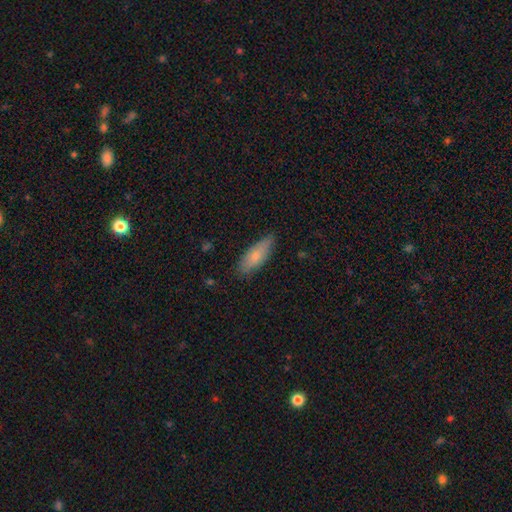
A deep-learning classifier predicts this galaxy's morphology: Smooth or featured?
  - smooth: 76% *
  - featured or disk: 18%
  - star or artifact: 6%
How rounded?
  - in between: 62% *
  - cigar-shaped: 36%
  - round: 2%
Merging?
  - none: 80% *
  - minor disturbance: 16%
  - major disturbance: 3%
  - merger: 1%